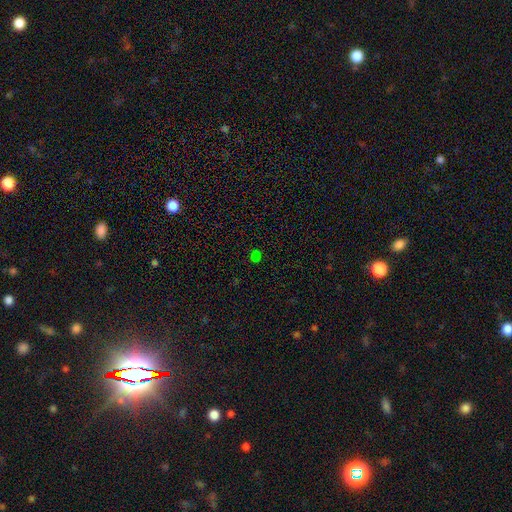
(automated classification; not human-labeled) Smooth or featured: smooth — 52% (star or artifact — 41%)
How rounded: round — 53% (in between — 45%)
Merging: none — 75% (minor disturbance — 13%)